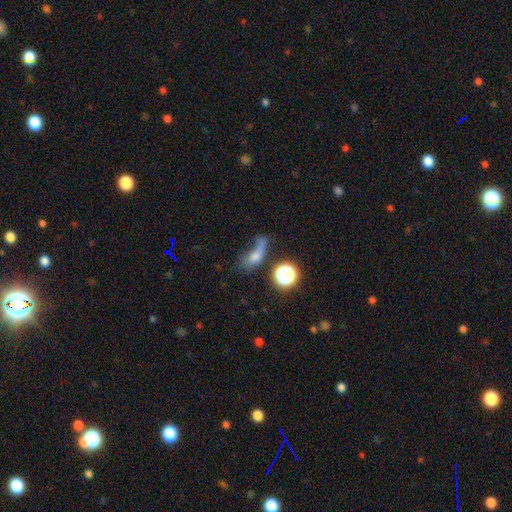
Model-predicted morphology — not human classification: This appears to be a smooth galaxy with no disk features (52%) that is in between round and cigar-shaped (50%). Merging: major disturbance (36%).